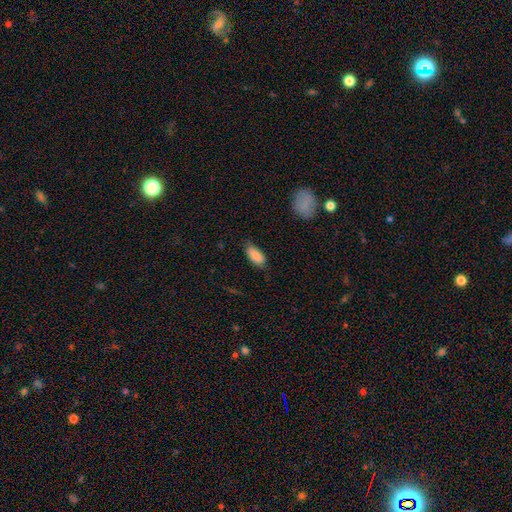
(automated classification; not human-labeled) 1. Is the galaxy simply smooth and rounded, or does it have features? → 88% smooth, 7% star or artifact, 5% featured or disk.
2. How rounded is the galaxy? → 89% in between, 9% cigar-shaped, 2% round.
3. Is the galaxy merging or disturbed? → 74% none, 20% minor disturbance, 4% major disturbance, 1% merger.